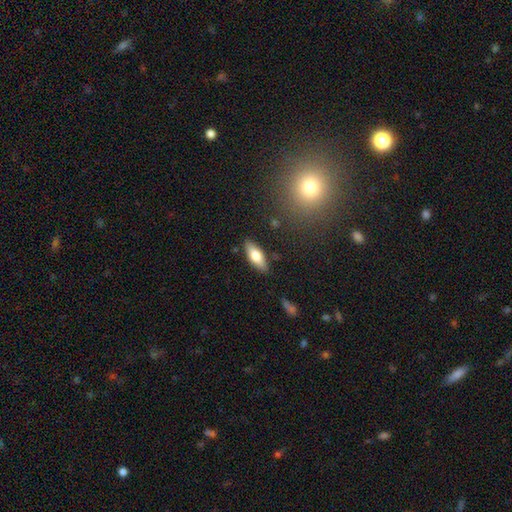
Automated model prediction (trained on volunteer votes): Smooth or featured?
  - smooth: 65% *
  - featured or disk: 29%
  - star or artifact: 6%
How rounded?
  - in between: 69% *
  - cigar-shaped: 28%
  - round: 2%
Merging?
  - none: 85% *
  - minor disturbance: 11%
  - major disturbance: 2%
  - merger: 2%